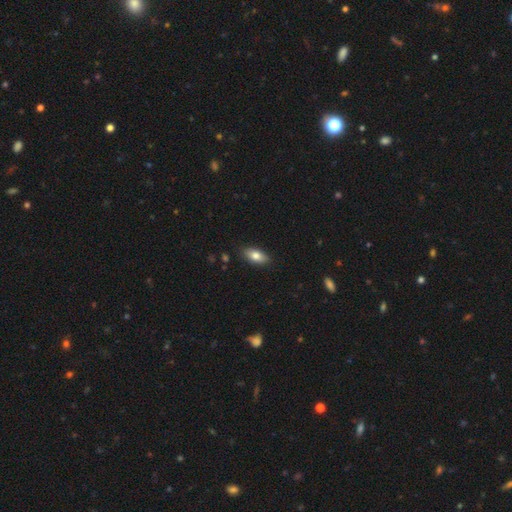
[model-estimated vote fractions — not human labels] Smooth or featured? smooth (80%)
How rounded? in between (88%)
Merging? none (87%)